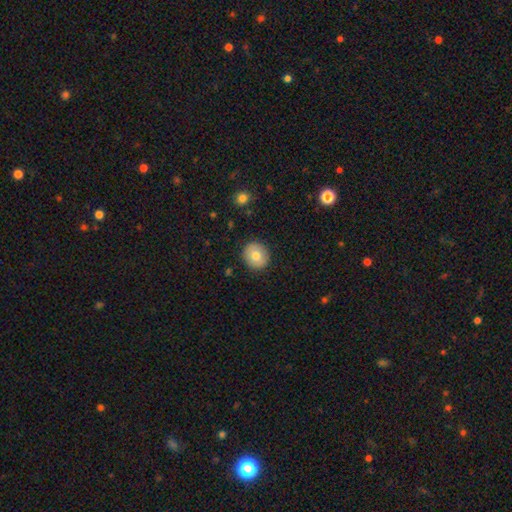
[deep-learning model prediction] This is likely a smooth galaxy (76%). How rounded: clearly round (88%). Merging: clearly none (90%).